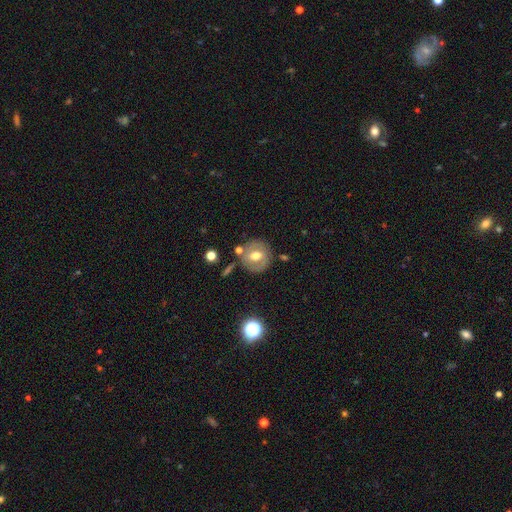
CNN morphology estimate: Overall: smooth (51%; featured or disk 40%). How rounded: round (87%). Merging: none (77%).